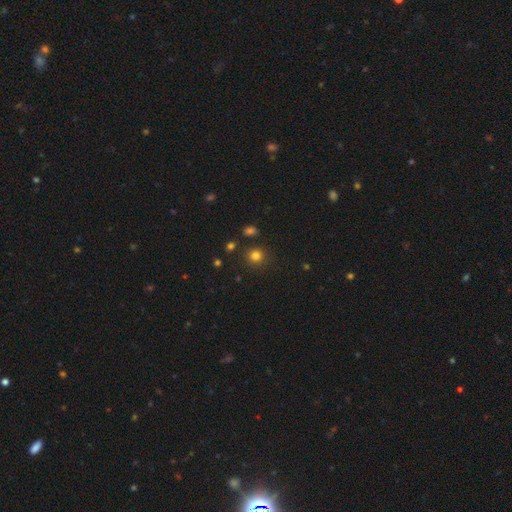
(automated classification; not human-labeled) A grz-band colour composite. It shows a smooth galaxy with no disk features (80%) that is round (90%). Merging: none (86%).